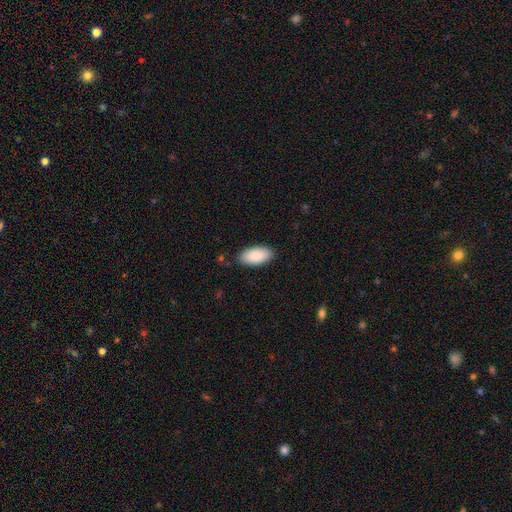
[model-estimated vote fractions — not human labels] A smooth galaxy with no disk features (89%) that is in between round and cigar-shaped (95%). Merging: none (87%).